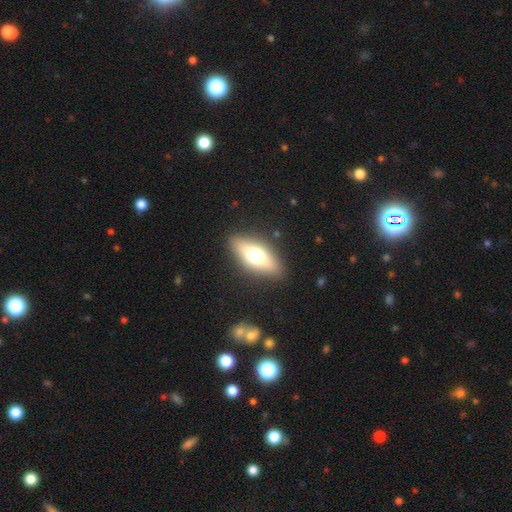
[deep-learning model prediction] Morphology: type=smooth (60%); roundness=in between (74%); merging=none (87%).